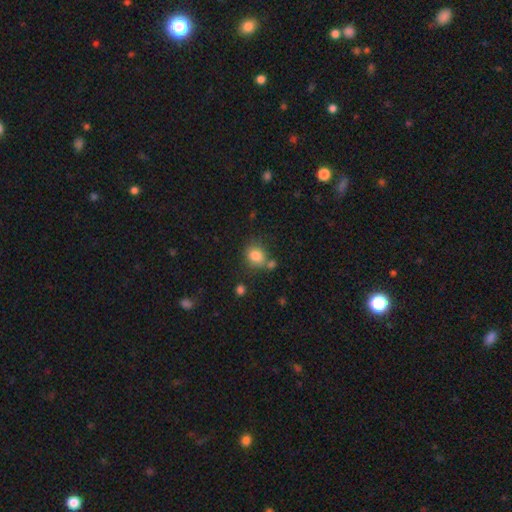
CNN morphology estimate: Q: Smooth or featured?
A: smooth (82%); runner-up: star or artifact (11%)
Q: How rounded?
A: round (70%); runner-up: in between (29%)
Q: Merging?
A: none (64%); runner-up: merger (16%)